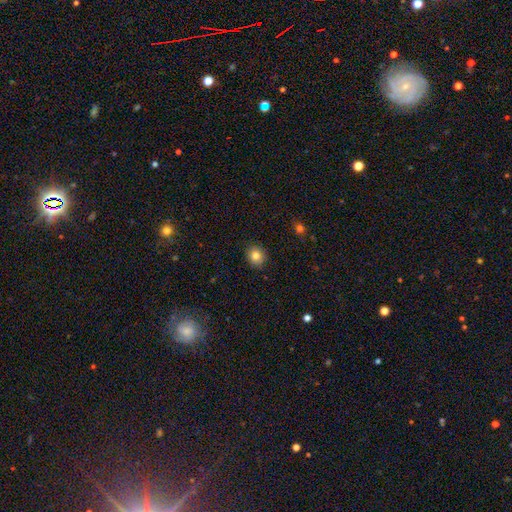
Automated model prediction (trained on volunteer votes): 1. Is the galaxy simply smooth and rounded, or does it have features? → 81% smooth, 10% star or artifact, 8% featured or disk.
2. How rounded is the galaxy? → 81% round, 18% in between, 1% cigar-shaped.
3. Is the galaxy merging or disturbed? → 89% none, 8% minor disturbance, 2% major disturbance, 1% merger.